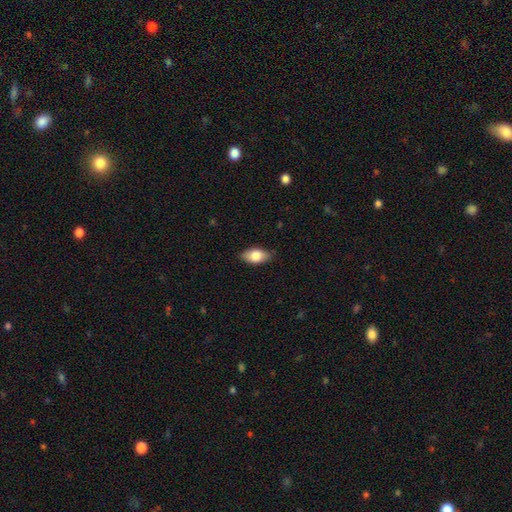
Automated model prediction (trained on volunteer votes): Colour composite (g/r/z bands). It shows a smooth galaxy with no disk features (81%) that is in between round and cigar-shaped (91%). Merging: none (83%).